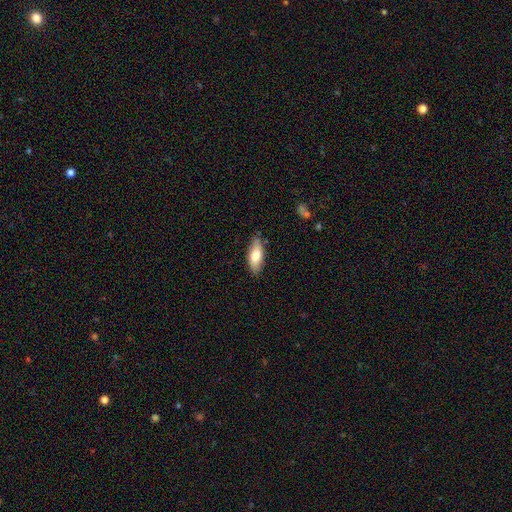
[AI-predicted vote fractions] This appears to be a smooth galaxy with no disk features (75%) that is in between round and cigar-shaped (77%). Merging: none (80%).